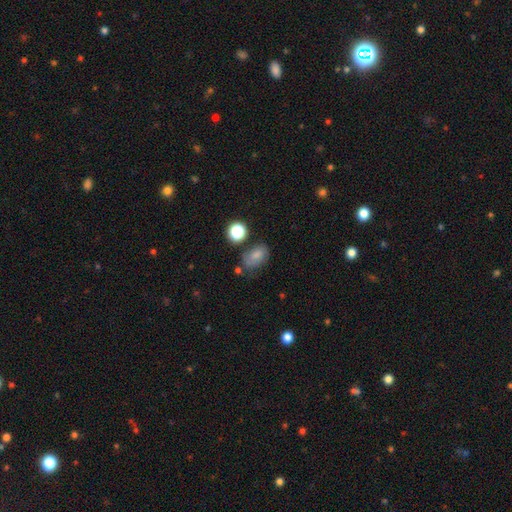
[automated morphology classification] Smooth or featured? Predicted: smooth (p=0.72). How rounded? Predicted: in between (p=0.82). Merging? Predicted: none (p=0.56).